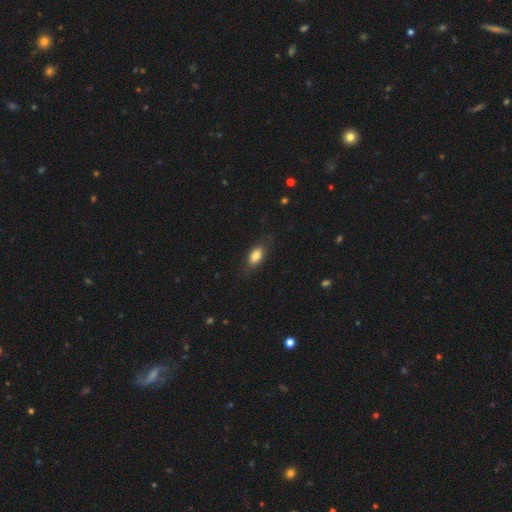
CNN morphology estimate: smooth-or-featured: smooth: 81% | featured or disk: 12% | star or artifact: 8%
  how-rounded: in between: 85% | cigar-shaped: 9% | round: 6%
  merging: none: 77% | minor disturbance: 17% | major disturbance: 6% | merger: 1%